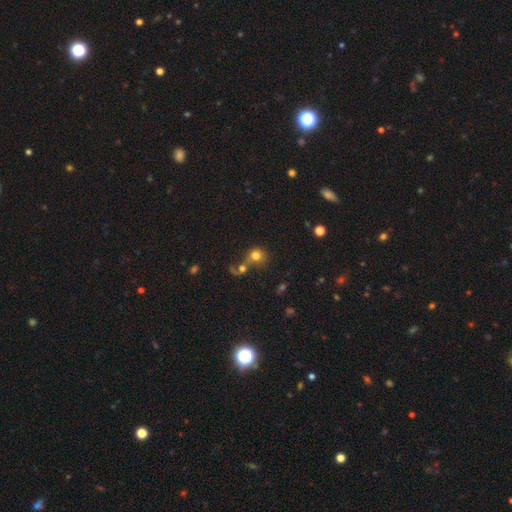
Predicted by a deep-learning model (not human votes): This appears to be a smooth galaxy with no disk features (75%) that is round (82%). Merging: merger (47%).